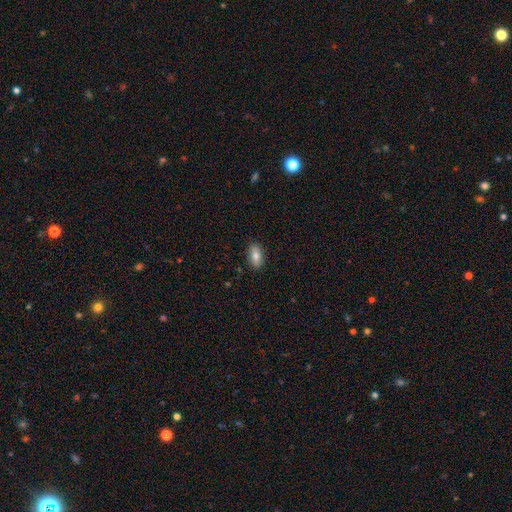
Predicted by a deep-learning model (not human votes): This appears to be a smooth galaxy with no disk features (78%) that is in between round and cigar-shaped (89%). Merging: none (88%).